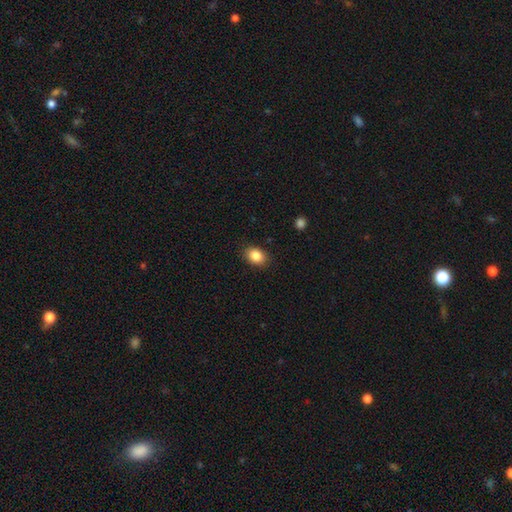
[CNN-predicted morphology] Smooth or featured: smooth — 86% (star or artifact — 9%)
How rounded: in between — 72% (round — 27%)
Merging: none — 88% (minor disturbance — 9%)